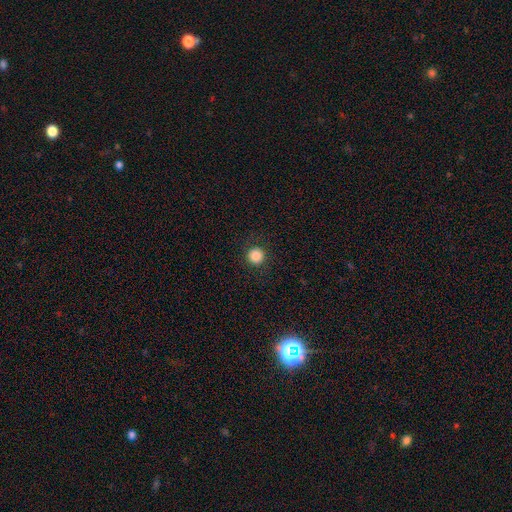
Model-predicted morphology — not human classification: The model was most divided on "smooth or featured": smooth: 85%, star or artifact: 10%, featured or disk: 4%. More confident: how rounded — round (96%); merging — none (91%).